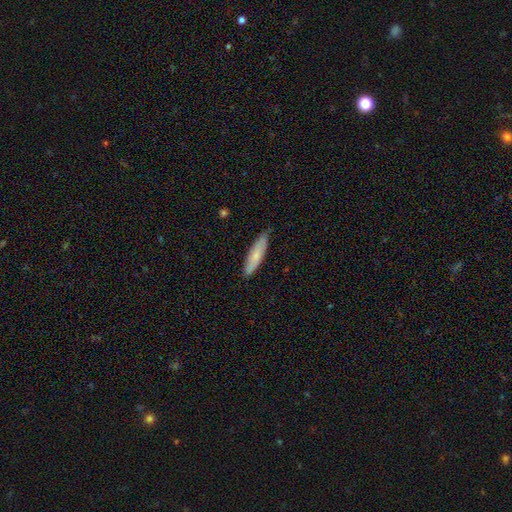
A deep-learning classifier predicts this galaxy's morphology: This is likely a smooth galaxy (71%). How rounded: clearly cigar-shaped (82%). Merging: clearly none (85%).